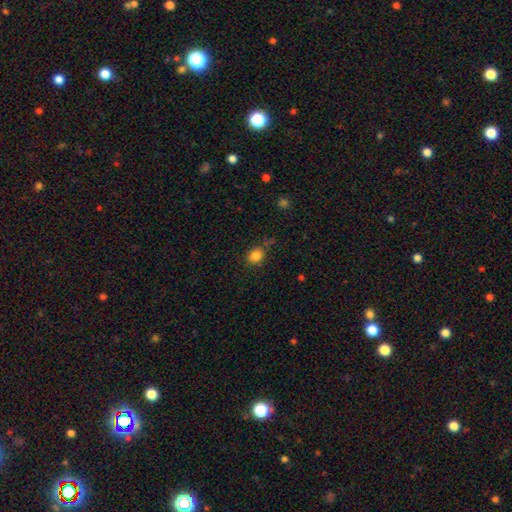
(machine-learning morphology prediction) type=smooth (84%); roundness=round (61%); merging=none (70%).